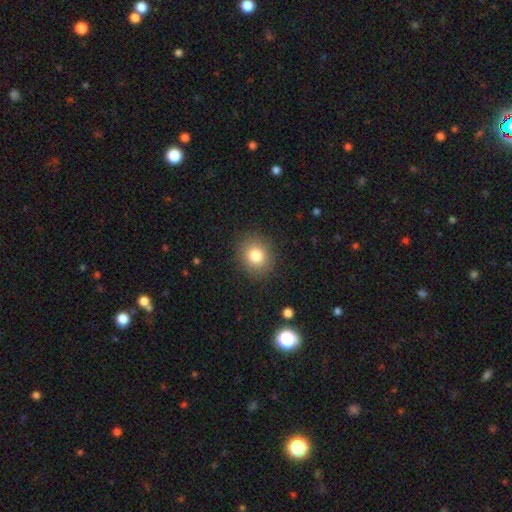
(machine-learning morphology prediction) smooth 81%, star or artifact 11%, featured or disk 8%. Down the decision tree: how rounded — round (73%); merging — none (88%).